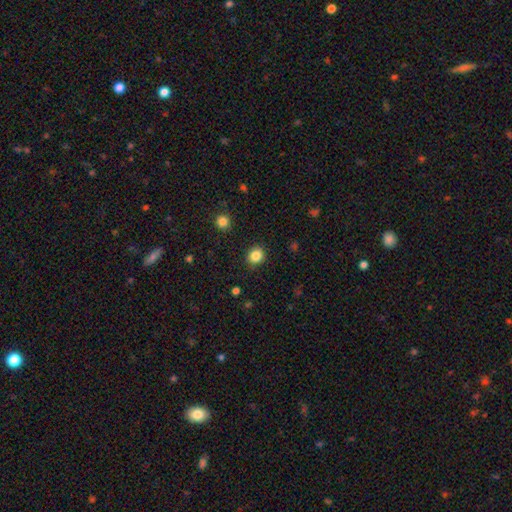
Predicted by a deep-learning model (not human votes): smooth-or-featured: smooth: 86% | star or artifact: 11% | featured or disk: 4%
  how-rounded: round: 76% | in between: 24% | cigar-shaped: 1%
  merging: none: 89% | minor disturbance: 8% | major disturbance: 2% | merger: 1%